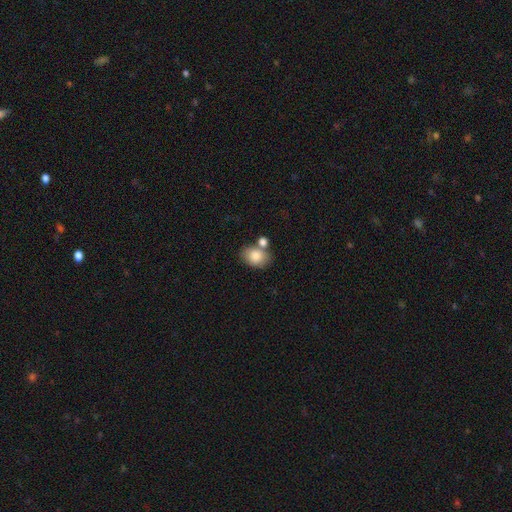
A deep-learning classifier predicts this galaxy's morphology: Smooth or featured?
  - smooth: 84% *
  - featured or disk: 9%
  - star or artifact: 8%
How rounded?
  - in between: 71% *
  - round: 28%
  - cigar-shaped: 1%
Merging?
  - none: 58% *
  - merger: 24%
  - minor disturbance: 14%
  - major disturbance: 4%